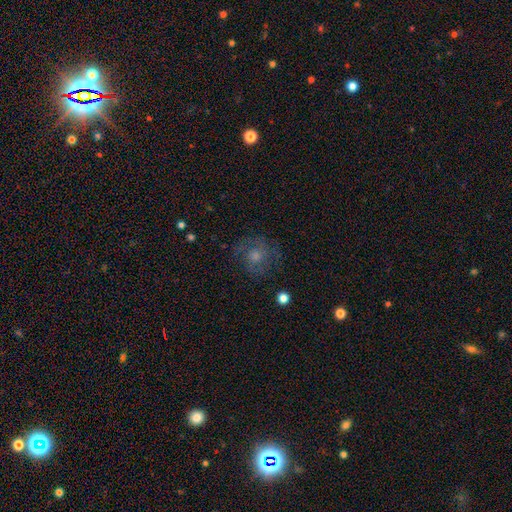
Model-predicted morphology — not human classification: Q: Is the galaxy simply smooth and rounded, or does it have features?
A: featured or disk — 50%.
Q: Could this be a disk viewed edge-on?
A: no — 97%.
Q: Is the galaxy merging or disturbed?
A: none — 75%.